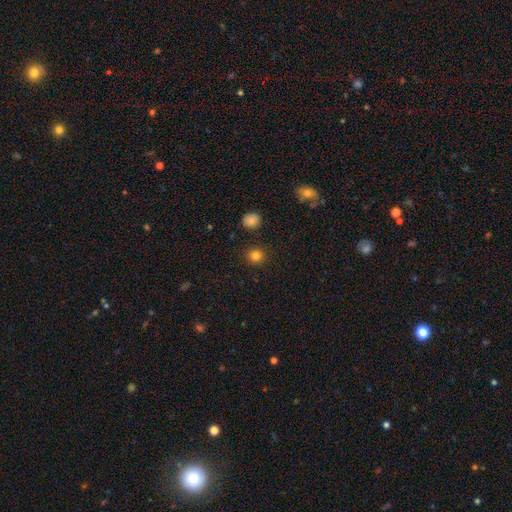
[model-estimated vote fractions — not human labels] The model was most divided on "smooth or featured": smooth: 82%, star or artifact: 13%, featured or disk: 5%. More confident: merging — none (91%); how rounded — round (90%).